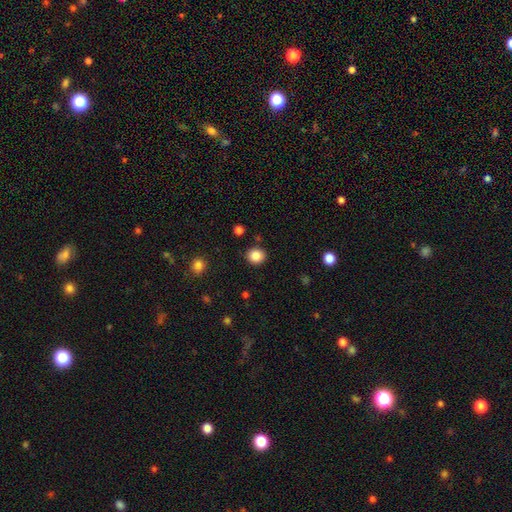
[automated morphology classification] This appears to be a smooth galaxy with no disk features (86%) that is round (81%). Merging: none (89%).